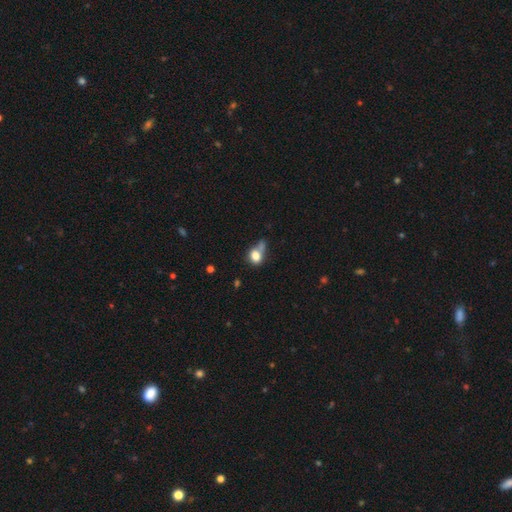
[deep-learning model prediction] Overall: smooth (78%). How rounded: in between (51%; round 47%). Merging: none (33%; merger 32%).